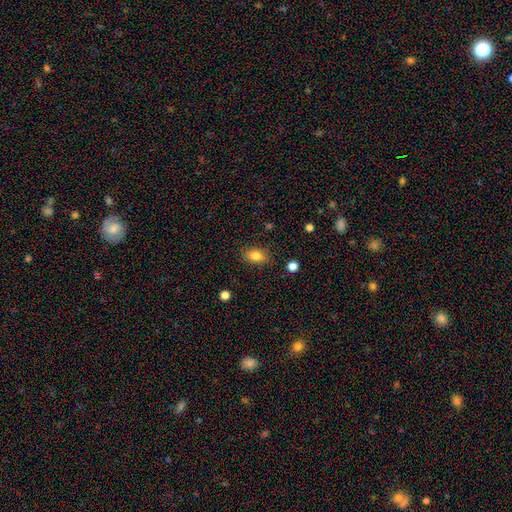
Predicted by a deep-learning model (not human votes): A smooth galaxy with no disk features (83%) that is in between round and cigar-shaped (83%). Merging: none (85%).